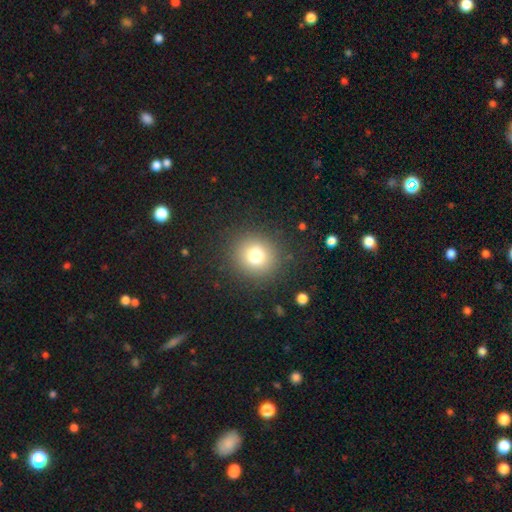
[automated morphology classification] smooth_or_featured: smooth (p=0.75) [alt: star or artifact p=0.15]
how_rounded: round (p=0.91) [alt: in between p=0.08]
merging: none (p=0.89) [alt: minor disturbance p=0.07]